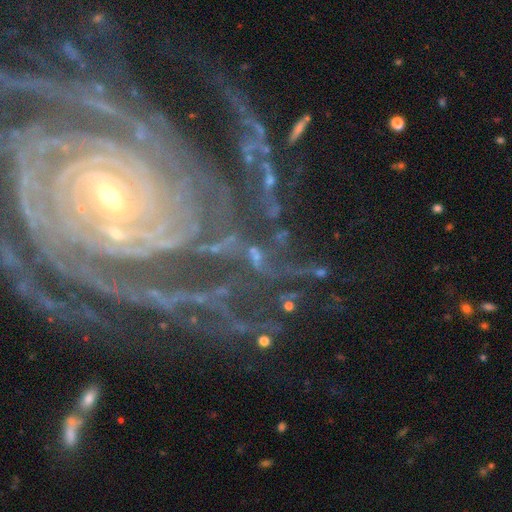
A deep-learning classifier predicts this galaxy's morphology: Smooth or featured? featured or disk (87%)
Edge-on disk? no (97%)
Bar? no (39%)
Spiral arms? yes (98%)
Spiral winding? tight (78%)
Spiral arm count? more than 4 (27%)
Bulge size? small (79%)
Merging? none (69%)